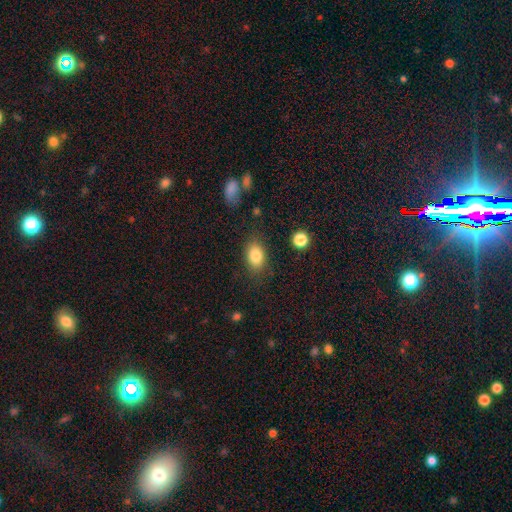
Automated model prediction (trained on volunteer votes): A smooth galaxy with no disk features (83%) that is in between round and cigar-shaped (83%).

Vote fractions:
- Smooth or featured? smooth: 83% / star or artifact: 9% / featured or disk: 8%
- How rounded? in between: 83% / round: 15% / cigar-shaped: 2%
- Merging? none: 80% / minor disturbance: 13% / major disturbance: 4% / merger: 2%